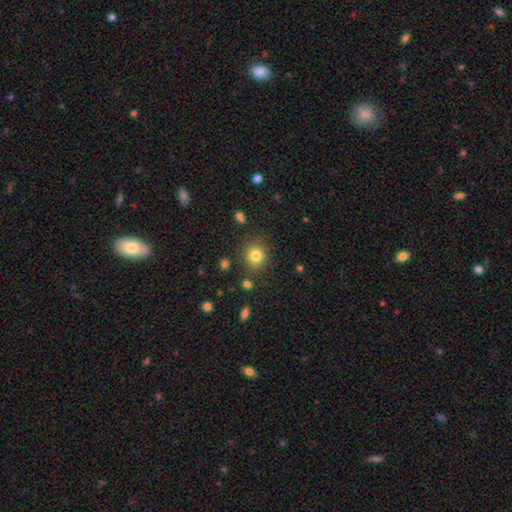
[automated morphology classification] Smooth or featured? Predicted: smooth (p=0.81). How rounded? Predicted: round (p=0.86). Merging? Predicted: none (p=0.85).